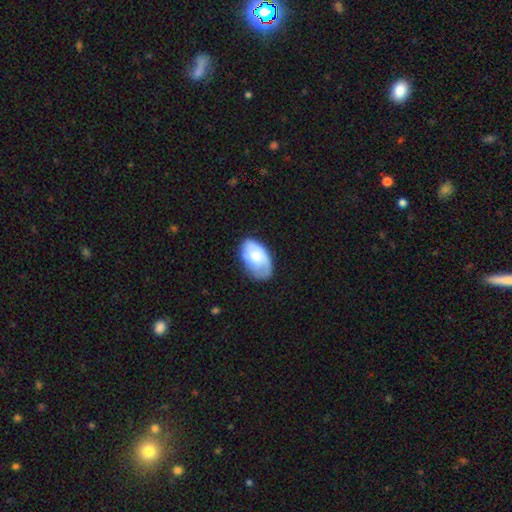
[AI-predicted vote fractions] Q: Smooth or featured?
A: smooth (59%); runner-up: featured or disk (35%)
Q: How rounded?
A: in between (92%); runner-up: round (6%)
Q: Merging?
A: none (65%); runner-up: minor disturbance (26%)